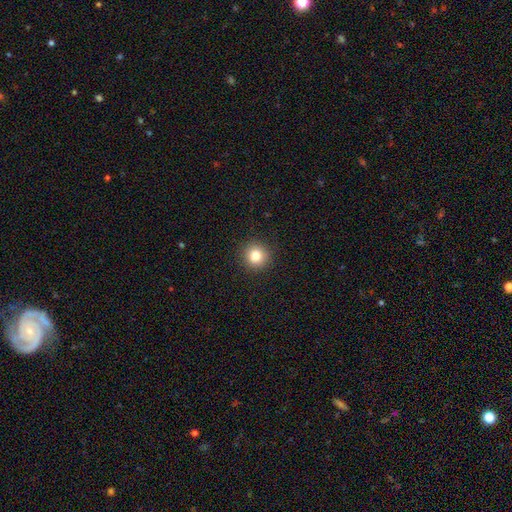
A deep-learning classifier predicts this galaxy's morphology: A smooth galaxy with no disk features (82%) that is round (94%). Merging: none (92%).